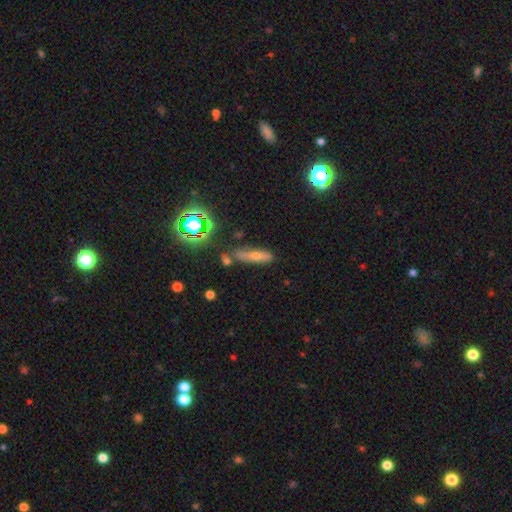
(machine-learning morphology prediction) smooth_or_featured: smooth (p=0.50) [alt: featured or disk p=0.28]
merging: none (p=0.73) [alt: minor disturbance p=0.15]